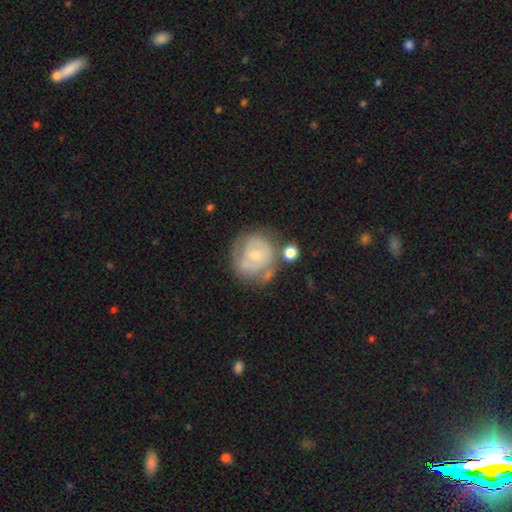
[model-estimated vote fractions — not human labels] This is possibly a featured or disk galaxy (55%). It is clearly not viewed edge-on (98%). Bar: likely no (74%). Spiral arm pattern: likely yes (62%). Central bulge: likely small (61%). Merging: possibly none (53%).